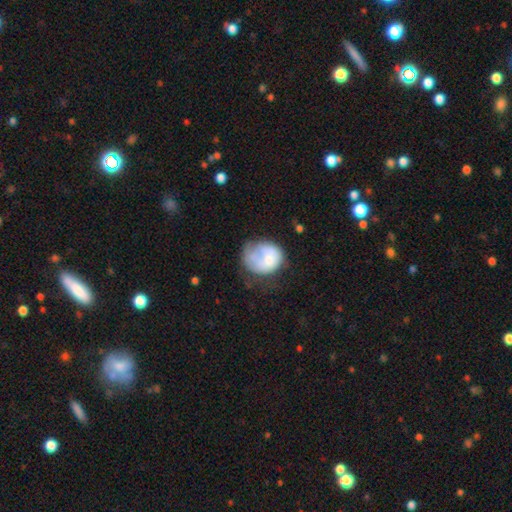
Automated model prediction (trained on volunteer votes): Morphology: type=smooth (58%); roundness=round (60%); merging=none (32%).